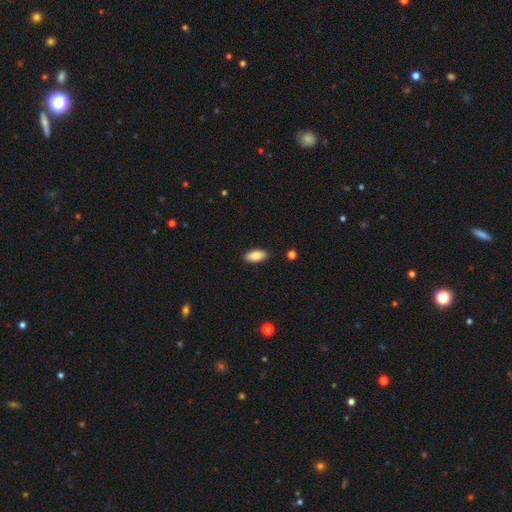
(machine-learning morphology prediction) Q: Smooth or featured?
A: smooth (83%); runner-up: featured or disk (10%)
Q: How rounded?
A: in between (89%); runner-up: cigar-shaped (9%)
Q: Merging?
A: none (89%); runner-up: minor disturbance (8%)